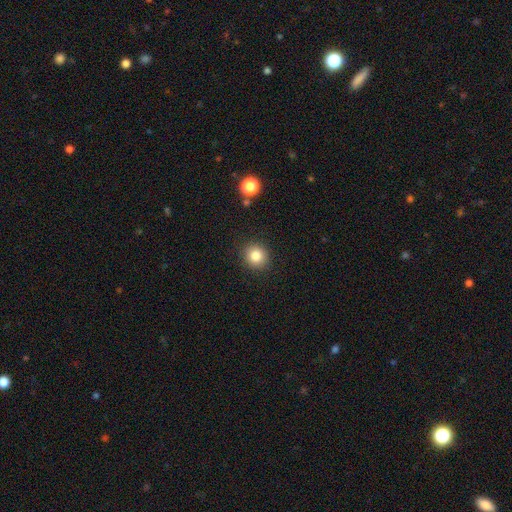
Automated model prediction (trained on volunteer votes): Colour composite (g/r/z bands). It shows a smooth galaxy with no disk features (84%) that is round (89%). Merging: none (90%).